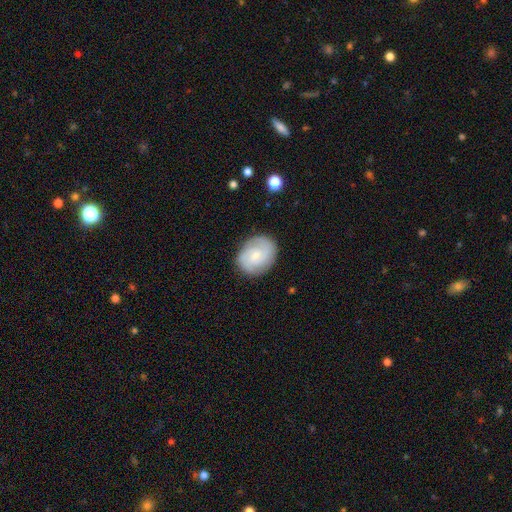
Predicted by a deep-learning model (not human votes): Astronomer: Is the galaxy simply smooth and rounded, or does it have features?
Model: featured or disk — 53% (runner-up: smooth, 40%).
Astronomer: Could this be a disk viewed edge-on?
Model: no — 97%.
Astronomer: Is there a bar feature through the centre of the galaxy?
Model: no — 67%.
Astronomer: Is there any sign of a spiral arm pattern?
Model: yes — 87%.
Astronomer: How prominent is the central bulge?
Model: small — 66%.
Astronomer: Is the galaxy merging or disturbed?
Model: none — 82%.